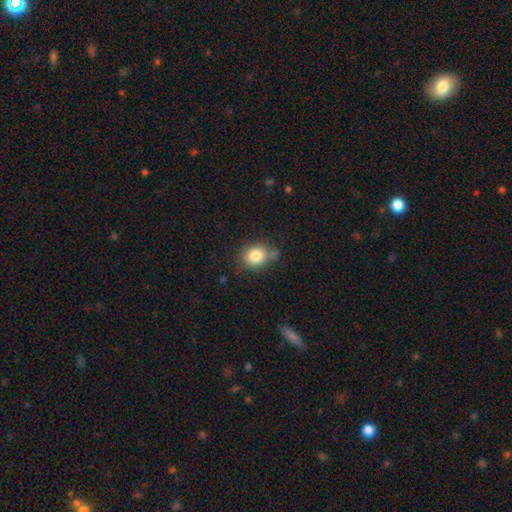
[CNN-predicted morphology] Smooth or featured? Predicted: smooth (p=0.82). How rounded? Predicted: round (p=0.64). Merging? Predicted: none (p=0.67).